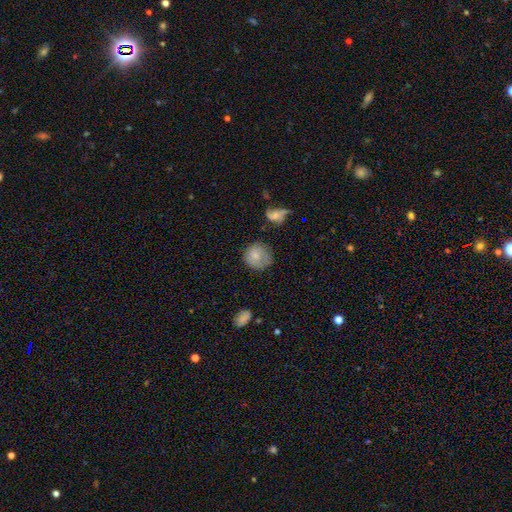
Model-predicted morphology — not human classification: This appears to be a smooth galaxy with no disk features (69%) that is round (83%). Merging: none (64%).